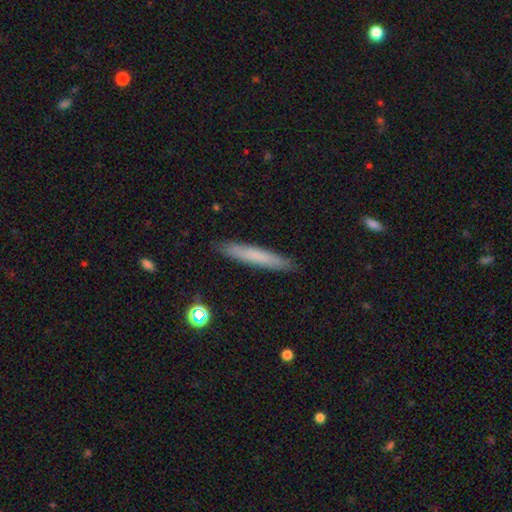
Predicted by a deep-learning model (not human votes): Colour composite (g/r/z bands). It shows a smooth galaxy with no disk features (73%) that is cigar-shaped (94%). Merging: none (89%).